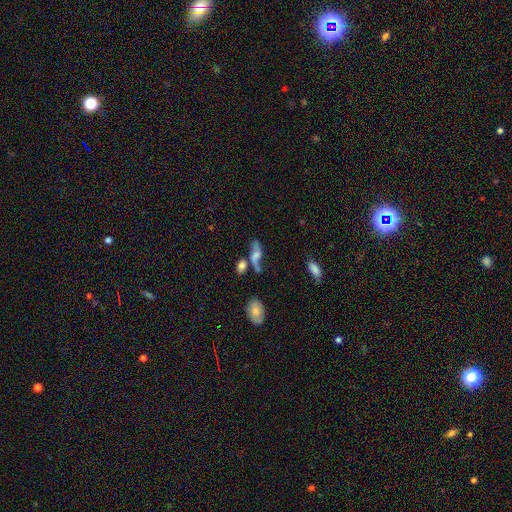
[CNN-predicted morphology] A featured or disk galaxy (56%).

Vote fractions:
- Smooth or featured? featured or disk: 56% / smooth: 33% / star or artifact: 11%
- Edge-on disk? no: 80% / yes: 20%
- Merging? none: 38% / merger: 27% / minor disturbance: 18% / major disturbance: 17%